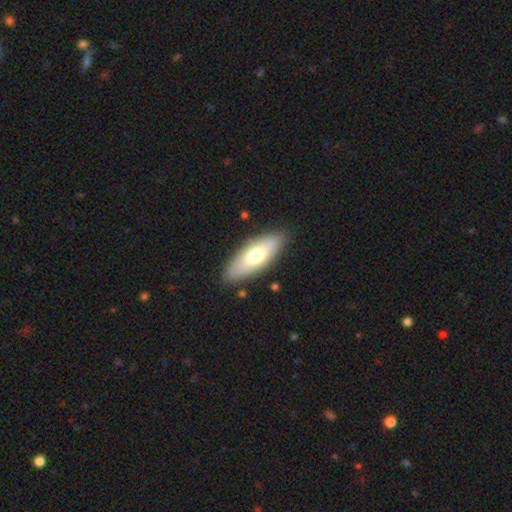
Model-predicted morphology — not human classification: Overall: smooth (66%; featured or disk 29%). How rounded: in between (69%; cigar-shaped 29%). Merging: none (86%).